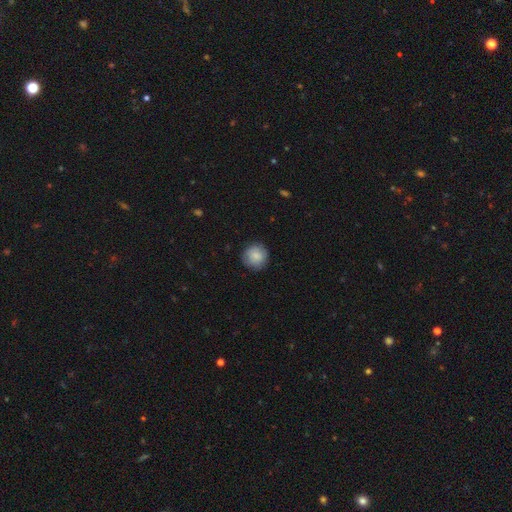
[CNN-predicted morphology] Smooth or featured: smooth — 83% (featured or disk — 10%)
How rounded: round — 93% (in between — 6%)
Merging: none — 86% (minor disturbance — 11%)